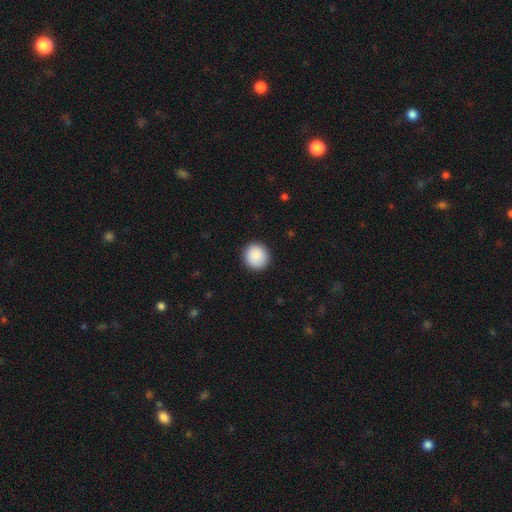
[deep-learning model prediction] Smooth or featured? Predicted: smooth (p=0.89). How rounded? Predicted: round (p=0.94). Merging? Predicted: none (p=0.92).